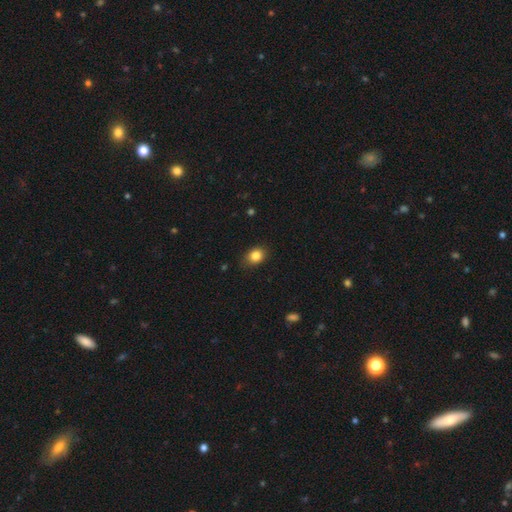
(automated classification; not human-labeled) The model was most divided on "how rounded": in between: 55%, round: 44%, cigar-shaped: 1%. More confident: smooth or featured — smooth (84%); merging — none (83%).